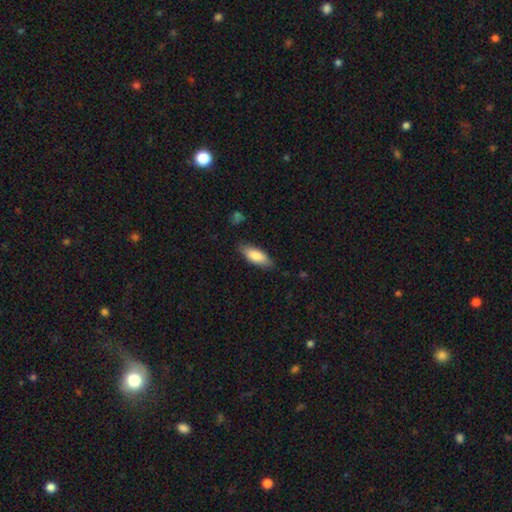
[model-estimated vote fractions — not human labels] smooth_or_featured: smooth (p=0.83) [alt: featured or disk p=0.11]
how_rounded: in between (p=0.74) [alt: cigar-shaped p=0.24]
merging: none (p=0.81) [alt: minor disturbance p=0.15]